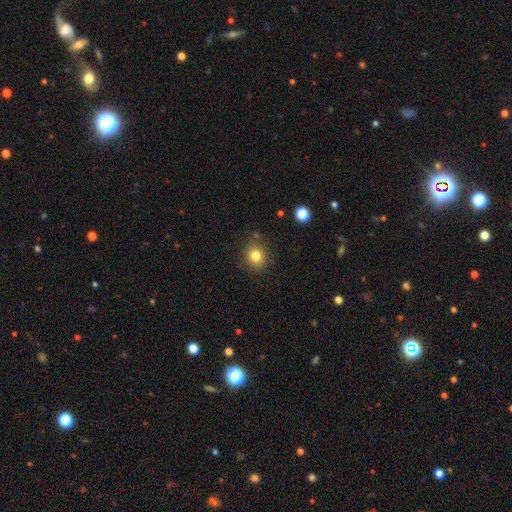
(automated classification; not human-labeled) smooth 82%, star or artifact 12%, featured or disk 7%. Down the decision tree: how rounded — round (75%); merging — none (83%).